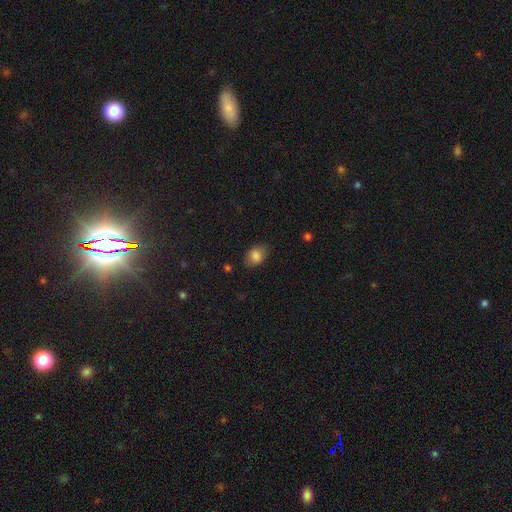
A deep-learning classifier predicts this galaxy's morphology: This appears to be a smooth galaxy with no disk features (84%) that is in between round and cigar-shaped (71%). Merging: none (81%).